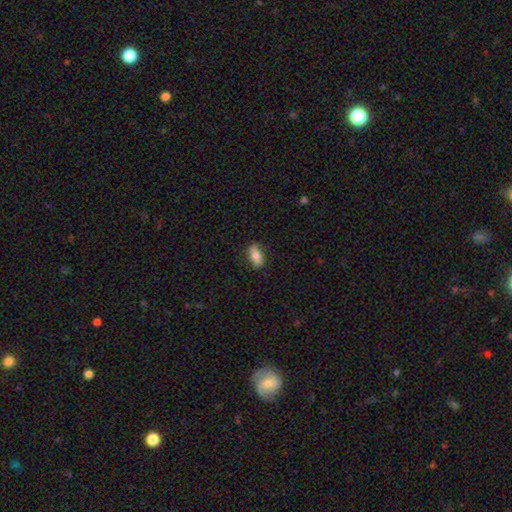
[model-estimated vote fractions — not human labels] This appears to be a smooth galaxy with no disk features (75%) that is in between round and cigar-shaped (84%). Merging: none (81%).